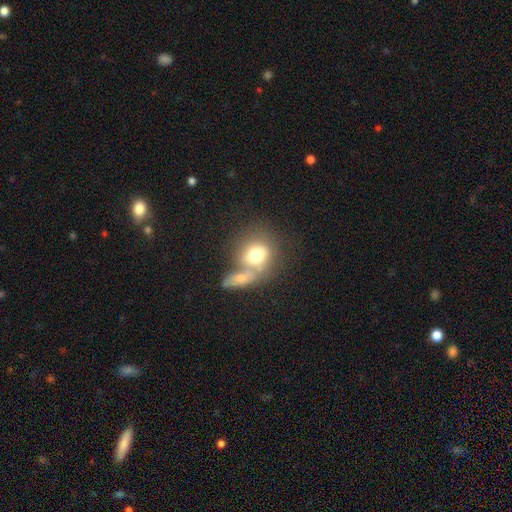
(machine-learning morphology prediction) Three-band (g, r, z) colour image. It shows a smooth galaxy with no disk features (70%) that is round (67%). Merging: merger (50%).